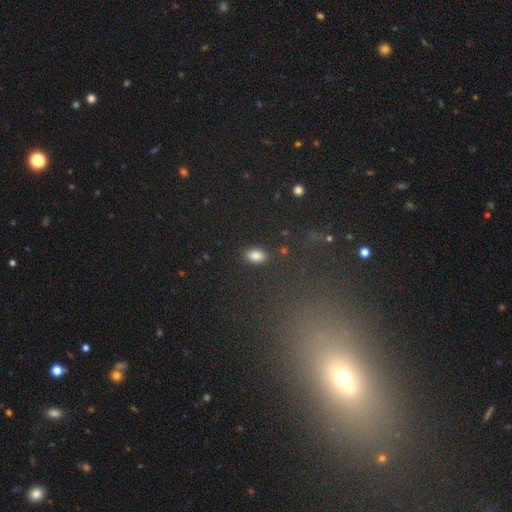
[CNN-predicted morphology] A smooth galaxy with no disk features (84%) that is in between round and cigar-shaped (88%). Merging: none (87%).